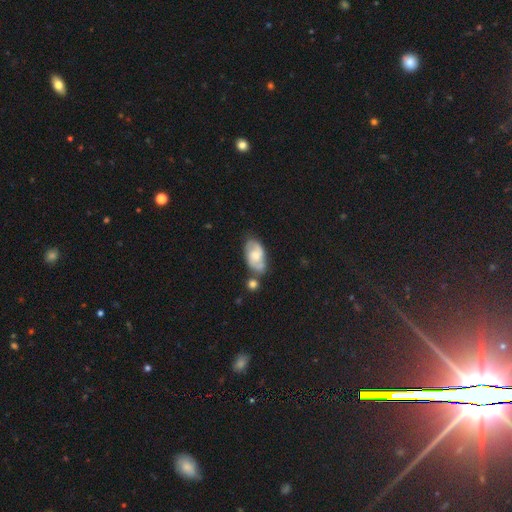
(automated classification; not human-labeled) Smooth or featured? Predicted: featured or disk (p=0.62). Edge-on disk? Predicted: no (p=0.94). Bar? Predicted: no (p=0.60). Spiral arms? Predicted: yes (p=0.87). Spiral winding? Predicted: medium (p=0.48). Spiral arm count? Predicted: 2 (p=0.75). Bulge size? Predicted: moderate (p=0.52). Merging? Predicted: none (p=0.57).